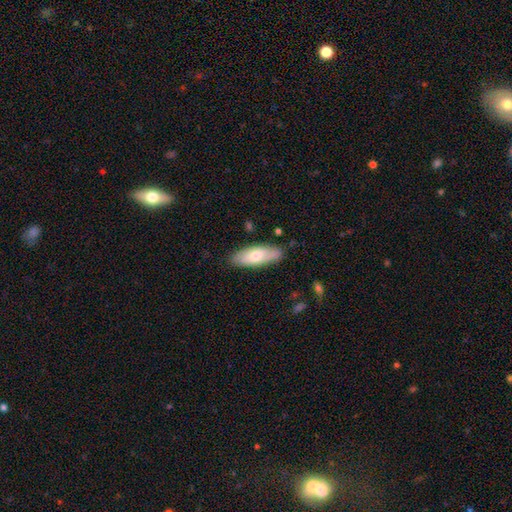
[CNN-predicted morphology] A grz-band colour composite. It shows a smooth galaxy with no disk features (65%) that is in between round and cigar-shaped (70%). Merging: none (82%).